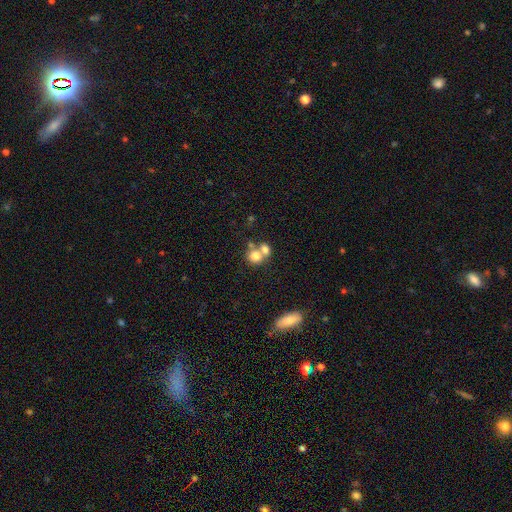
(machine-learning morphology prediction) smooth-or-featured: smooth: 75% | featured or disk: 14% | star or artifact: 10%
  how-rounded: round: 74% | in between: 25% | cigar-shaped: 1%
  merging: merger: 55% | none: 34% | minor disturbance: 7% | major disturbance: 4%